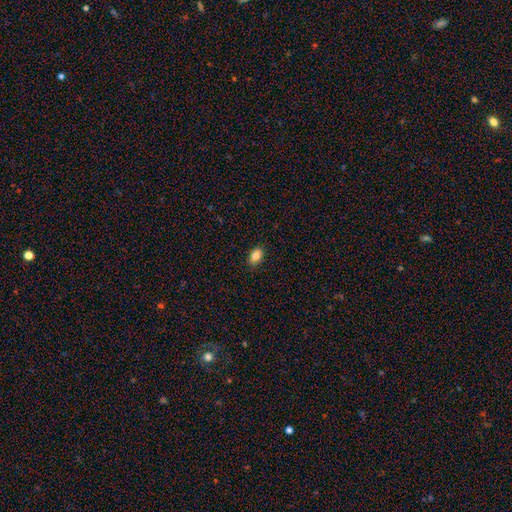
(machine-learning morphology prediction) Q: Smooth or featured?
A: smooth (86%); runner-up: star or artifact (9%)
Q: How rounded?
A: in between (83%); runner-up: round (16%)
Q: Merging?
A: none (86%); runner-up: minor disturbance (11%)